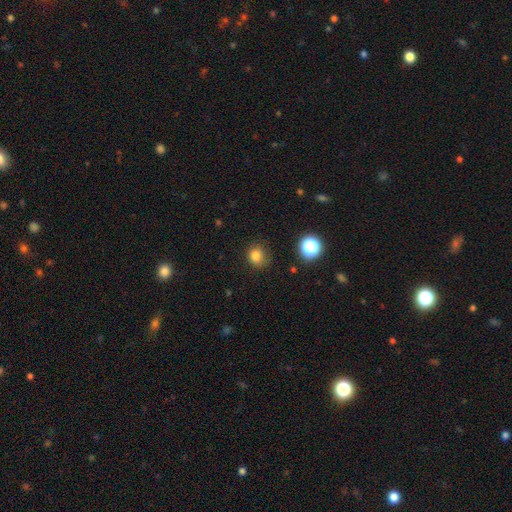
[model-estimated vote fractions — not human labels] Overall: smooth (80%). How rounded: round (79%). Merging: none (79%).